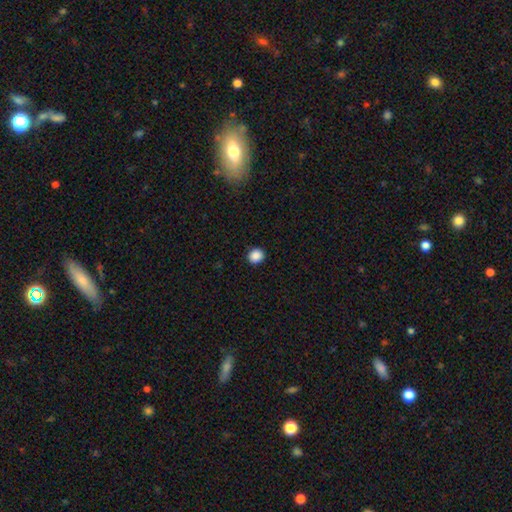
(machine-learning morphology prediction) The model was most divided on "how rounded": round: 84%, in between: 15%, cigar-shaped: 1%. More confident: merging — none (92%); smooth or featured — smooth (88%).